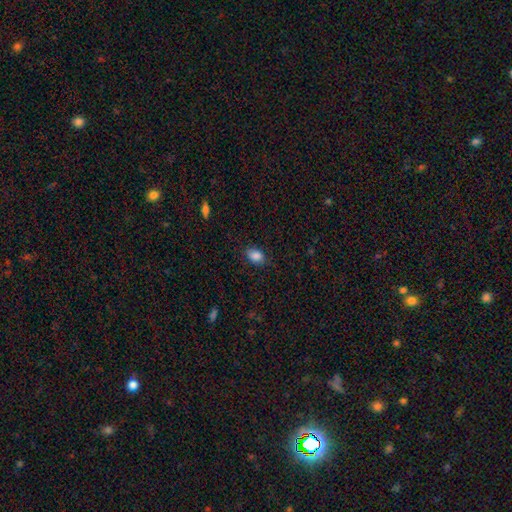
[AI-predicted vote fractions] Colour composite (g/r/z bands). It shows a smooth galaxy with no disk features (87%) that is in between round and cigar-shaped (83%). Merging: none (82%).